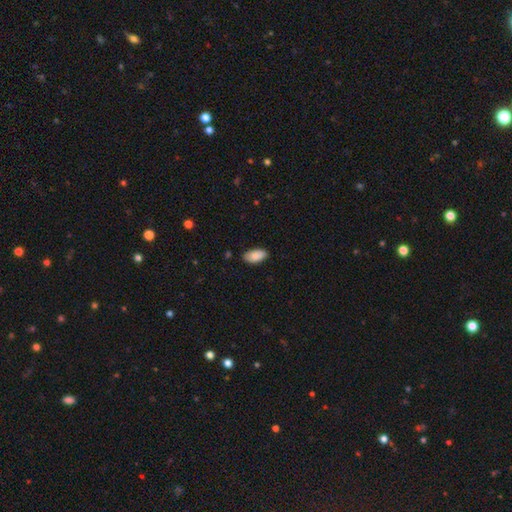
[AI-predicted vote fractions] Smooth or featured?
  - smooth: 89% *
  - star or artifact: 6%
  - featured or disk: 5%
How rounded?
  - in between: 94% *
  - cigar-shaped: 4%
  - round: 2%
Merging?
  - none: 85% *
  - minor disturbance: 12%
  - major disturbance: 2%
  - merger: 1%